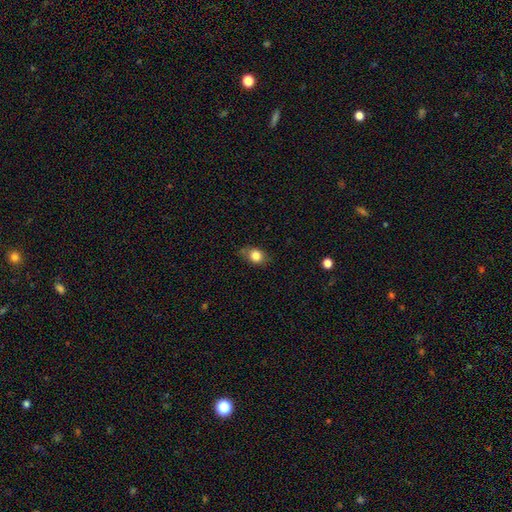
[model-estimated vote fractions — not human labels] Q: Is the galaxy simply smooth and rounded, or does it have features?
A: smooth — 83%.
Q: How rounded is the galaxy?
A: in between — 53%.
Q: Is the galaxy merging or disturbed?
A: none — 66%.